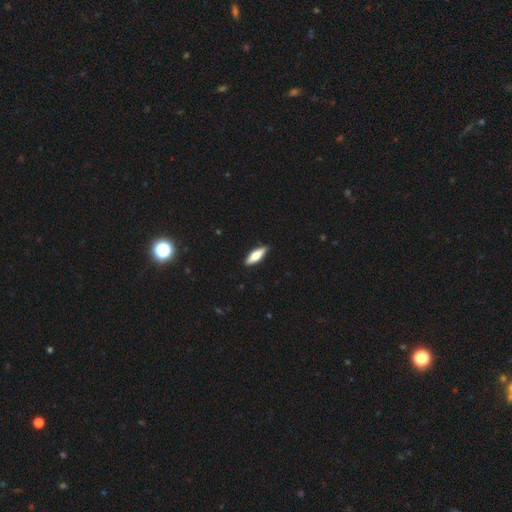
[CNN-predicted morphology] smooth_or_featured: smooth (p=0.62) [alt: featured or disk p=0.32]
how_rounded: cigar-shaped (p=0.49) [alt: in between p=0.48]
merging: none (p=0.89) [alt: minor disturbance p=0.08]